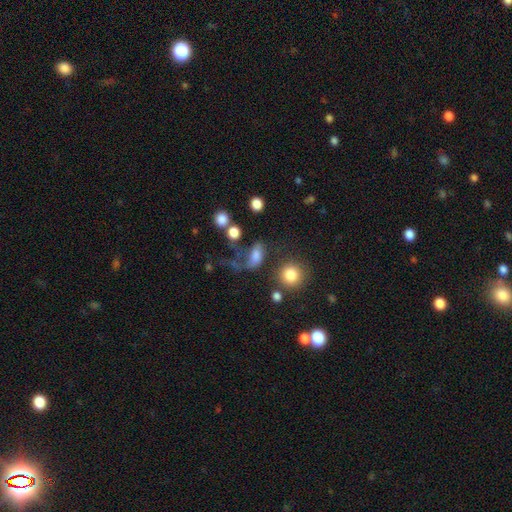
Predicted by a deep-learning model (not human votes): The model was most divided on "merging": major disturbance: 34%, none: 32%, minor disturbance: 20%, merger: 14%. More confident: how rounded — in between (76%); smooth or featured — smooth (68%).